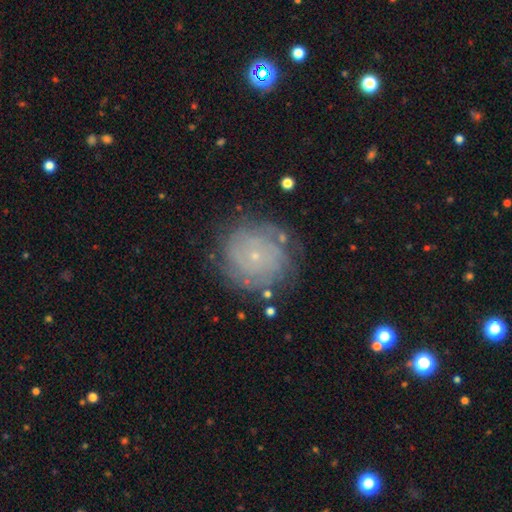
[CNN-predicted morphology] The model was most divided on "spiral arm count": can't tell: 51%, 2: 13%, 4: 11%, 3: 11%, more than 4: 8%, 1: 6%. More confident: edge-on disk — no (97%); bulge size — small (88%); bar — no (86%); spiral arms — yes (85%); spiral winding — tight (78%); merging — none (77%); smooth or featured — featured or disk (66%).